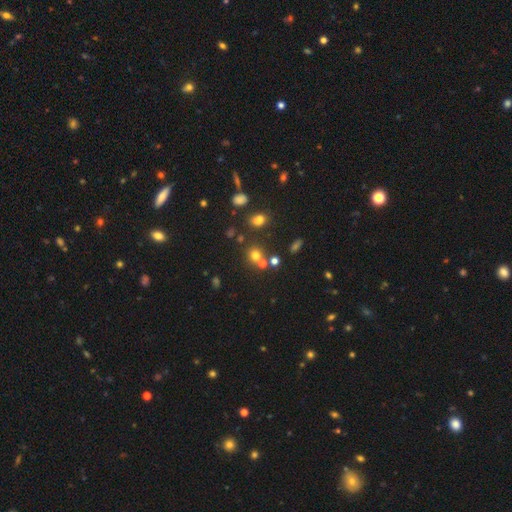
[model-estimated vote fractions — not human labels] A smooth galaxy with no disk features (65%) that is round (84%).

Vote fractions:
- Smooth or featured? smooth: 65% / star or artifact: 24% / featured or disk: 11%
- How rounded? round: 84% / in between: 15% / cigar-shaped: 1%
- Merging? none: 62% / merger: 25% / minor disturbance: 9% / major disturbance: 4%